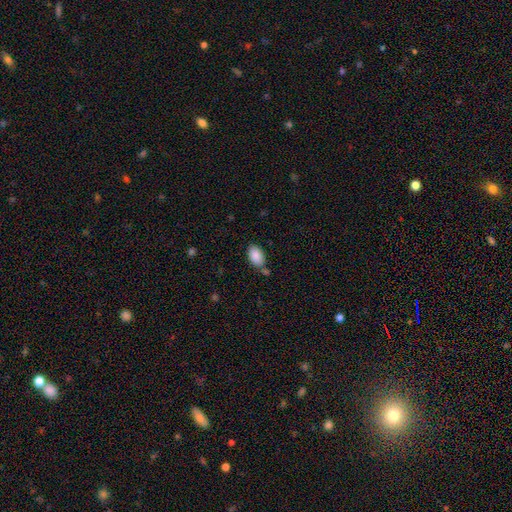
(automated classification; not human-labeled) This appears to be a smooth galaxy with no disk features (88%) that is in between round and cigar-shaped (92%). Merging: none (70%).